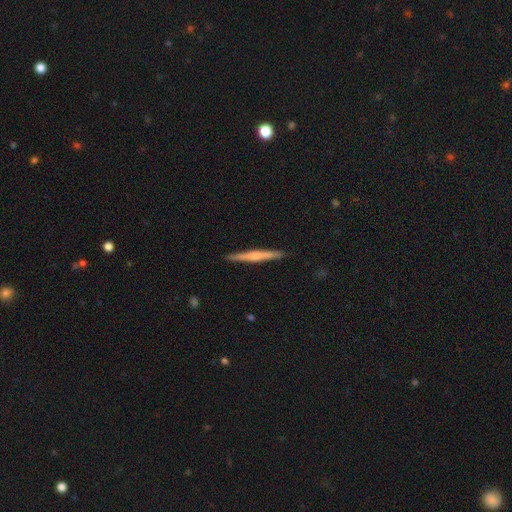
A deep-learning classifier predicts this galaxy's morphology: smooth-or-featured: featured or disk: 53% | smooth: 41% | star or artifact: 6%
  disk-edge-on: yes: 98% | no: 2%
    edge-on-bulge: rounded: 47% | none: 36% | boxy: 18%
  merging: none: 91% | minor disturbance: 7% | major disturbance: 1% | merger: 1%